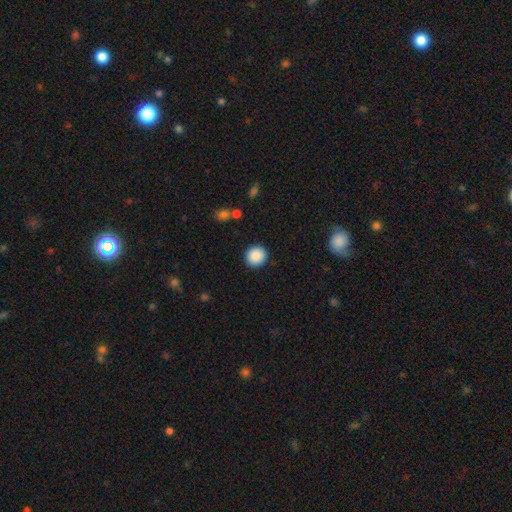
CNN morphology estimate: This is clearly a smooth galaxy (89%). How rounded: clearly round (91%). Merging: clearly none (92%).